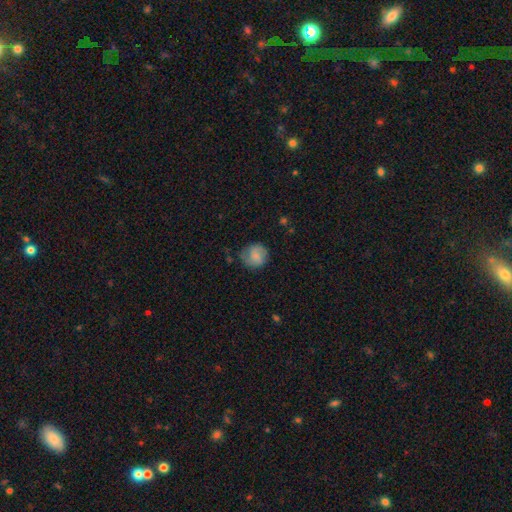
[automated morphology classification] Smooth or featured? Predicted: smooth (p=0.70). How rounded? Predicted: round (p=0.86). Merging? Predicted: none (p=0.69).